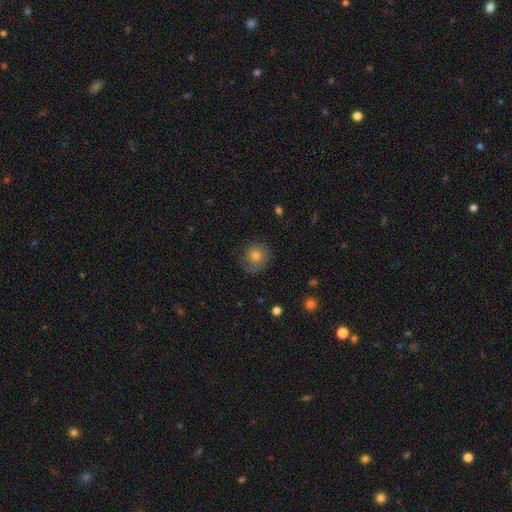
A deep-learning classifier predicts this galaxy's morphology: Smooth or featured? smooth (63%)
How rounded? round (87%)
Merging? none (71%)